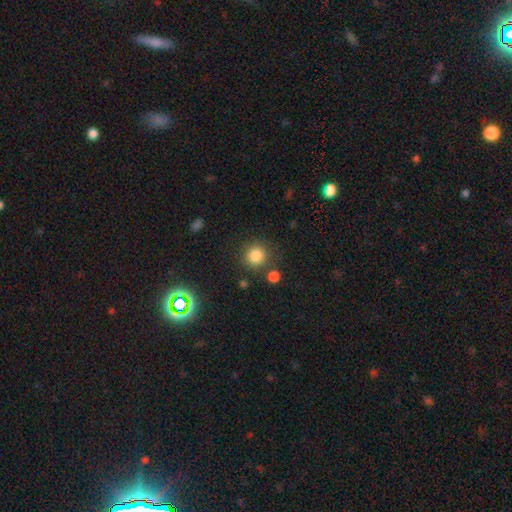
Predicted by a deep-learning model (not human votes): The model was most divided on "smooth or featured": smooth: 82%, star or artifact: 13%, featured or disk: 5%. More confident: how rounded — round (91%); merging — none (81%).